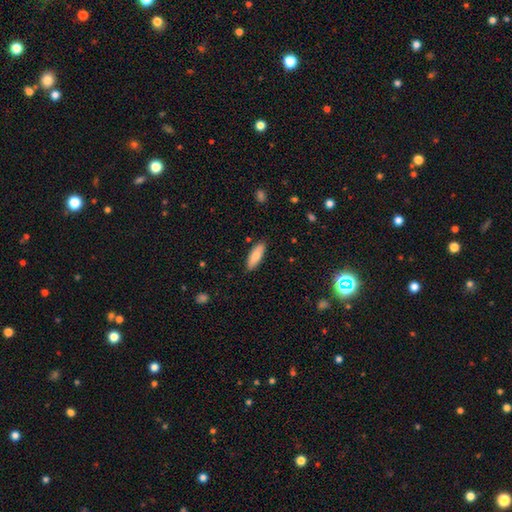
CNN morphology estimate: smooth-or-featured: smooth: 79% | featured or disk: 15% | star or artifact: 6%
  how-rounded: in between: 64% | cigar-shaped: 34% | round: 2%
  merging: none: 86% | minor disturbance: 10% | major disturbance: 2% | merger: 1%